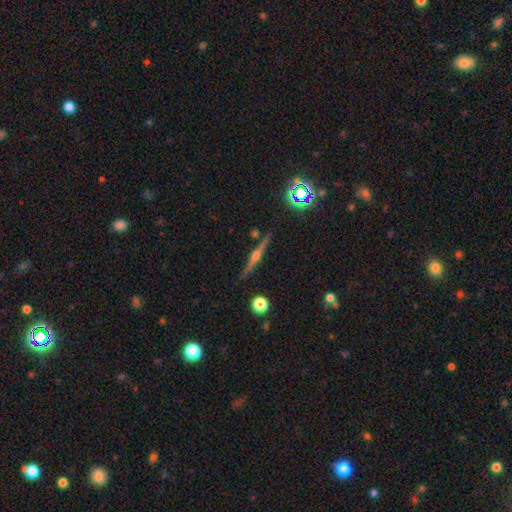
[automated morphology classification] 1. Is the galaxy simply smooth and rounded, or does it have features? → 78% featured or disk, 13% smooth, 9% star or artifact.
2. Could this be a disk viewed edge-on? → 98% yes, 2% no.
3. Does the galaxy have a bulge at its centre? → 89% rounded, 7% boxy, 4% none.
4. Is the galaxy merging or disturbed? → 89% none, 7% minor disturbance, 2% merger, 2% major disturbance.